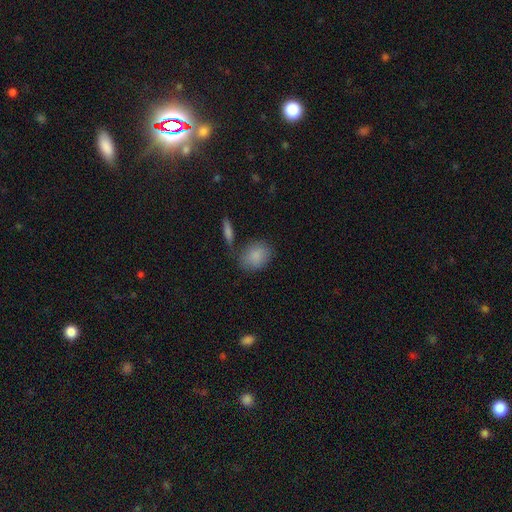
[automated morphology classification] smooth_or_featured: smooth (p=0.86) [alt: featured or disk p=0.07]
how_rounded: in between (p=0.68) [alt: round p=0.30]
merging: none (p=0.66) [alt: minor disturbance p=0.18]